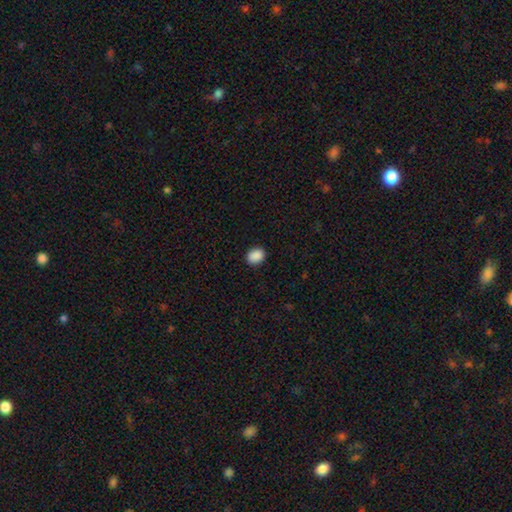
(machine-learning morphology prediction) This is clearly a smooth galaxy (89%). How rounded: possibly in between (53%). Merging: clearly none (89%).